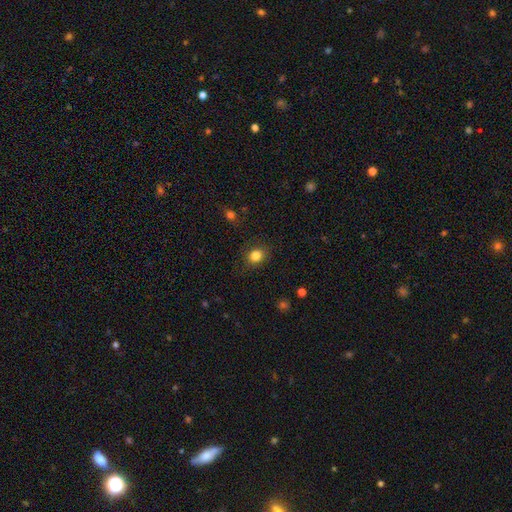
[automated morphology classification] Smooth or featured? smooth (83%)
How rounded? round (59%)
Merging? none (84%)